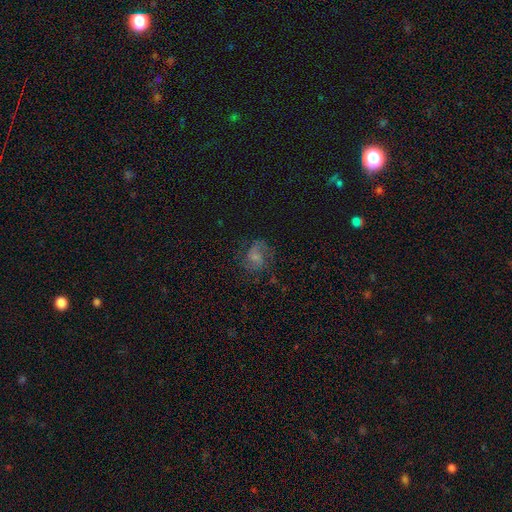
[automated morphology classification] smooth-or-featured: featured or disk: 57% | smooth: 26% | star or artifact: 17%
  disk-edge-on: no: 97% | yes: 3%
    bar: no: 50% | weak: 42% | strong: 8%
    has-spiral-arms: yes: 89% | no: 11%
    bulge-size: small: 42% | moderate: 33% | none: 19% | large: 6% | dominant: 2%
  merging: none: 69% | minor disturbance: 18% | major disturbance: 12% | merger: 2%